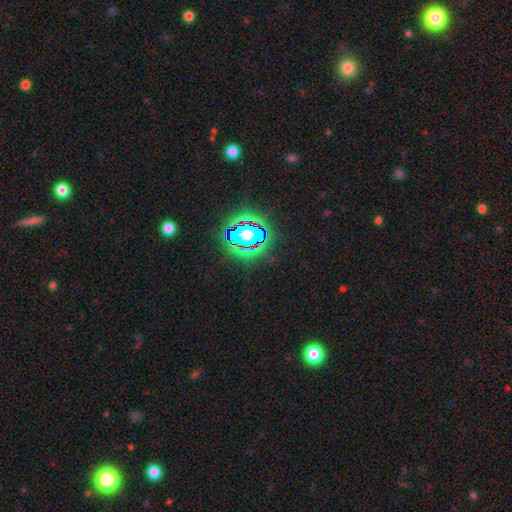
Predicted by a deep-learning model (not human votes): Overall: star or artifact (82%).